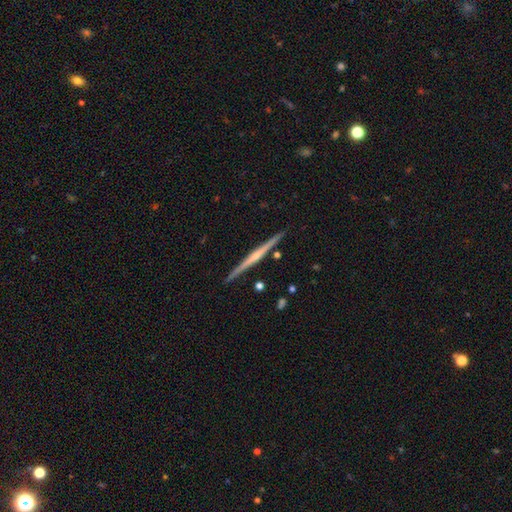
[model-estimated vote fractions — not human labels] This is likely a featured or disk galaxy (77%). It is clearly viewed edge-on (99%). Edge-on bulge: possibly rounded (57%). Merging: clearly none (91%).